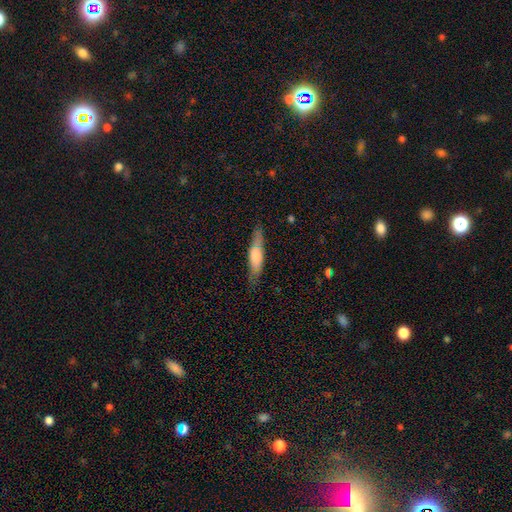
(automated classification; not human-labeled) Smooth or featured? smooth (61%)
How rounded? cigar-shaped (71%)
Merging? none (76%)